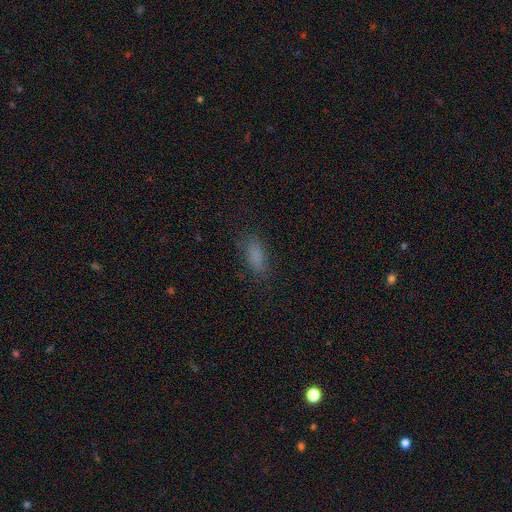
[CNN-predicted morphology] This appears to be a smooth galaxy with no disk features (82%) that is in between round and cigar-shaped (80%). Merging: none (78%).